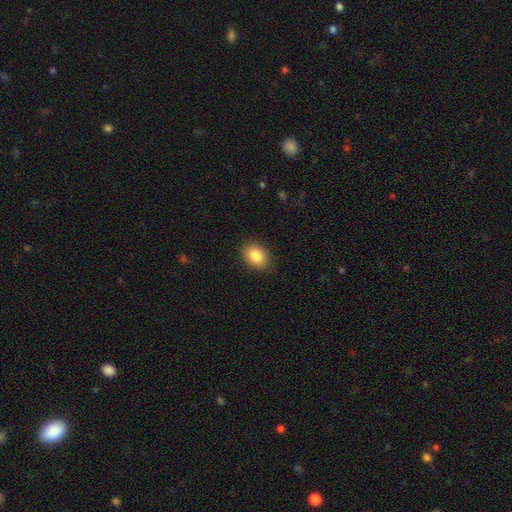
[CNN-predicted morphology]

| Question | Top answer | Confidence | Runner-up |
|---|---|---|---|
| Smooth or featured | smooth | 86% | star or artifact (8%) |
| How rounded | in between | 78% | round (21%) |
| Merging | none | 86% | minor disturbance (11%) |